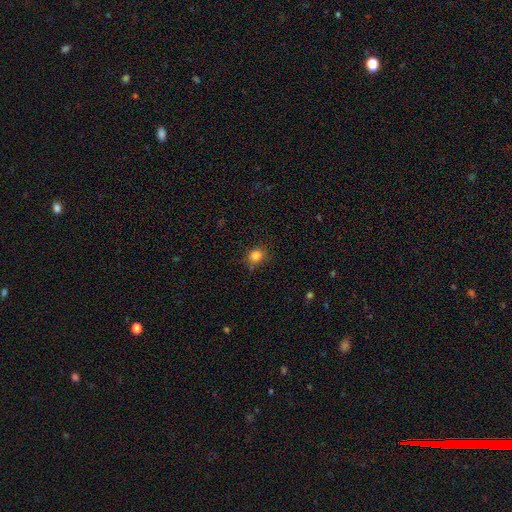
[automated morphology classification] Smooth or featured?
  - smooth: 83% *
  - star or artifact: 12%
  - featured or disk: 5%
How rounded?
  - round: 71% *
  - in between: 28%
  - cigar-shaped: 1%
Merging?
  - none: 77% *
  - minor disturbance: 16%
  - major disturbance: 4%
  - merger: 3%